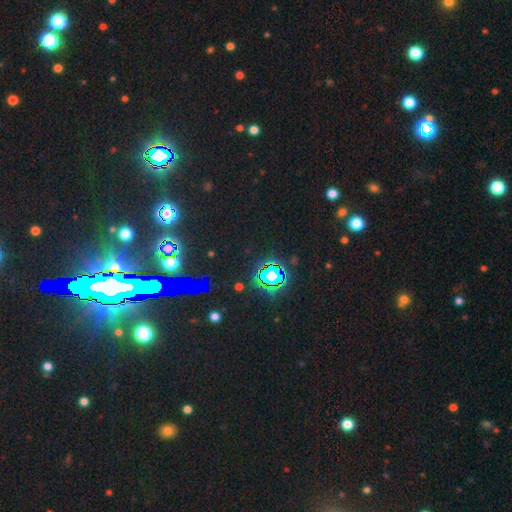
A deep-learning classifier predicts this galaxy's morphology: Overall: star or artifact (81%).